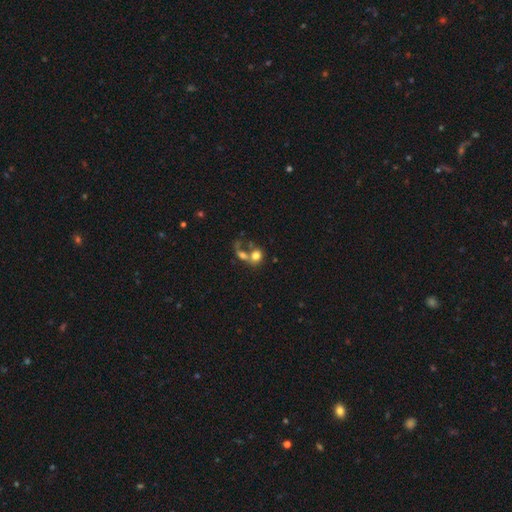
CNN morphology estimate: Smooth or featured?
  - smooth: 68% *
  - featured or disk: 20%
  - star or artifact: 12%
How rounded?
  - round: 62% *
  - in between: 37%
  - cigar-shaped: 1%
Merging?
  - merger: 59% *
  - none: 21%
  - major disturbance: 13%
  - minor disturbance: 7%